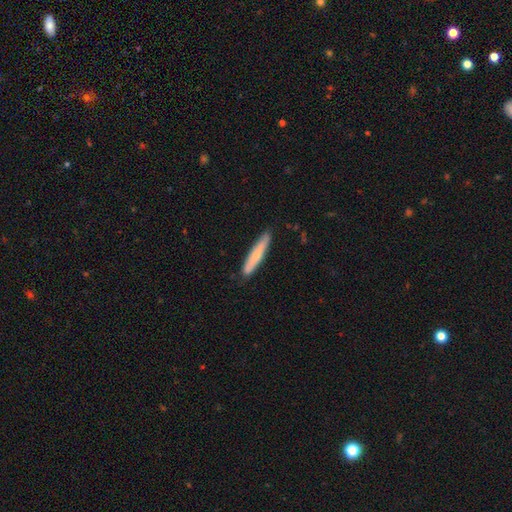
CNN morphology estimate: This is likely a smooth galaxy (66%). How rounded: clearly cigar-shaped (93%). Merging: clearly none (87%).